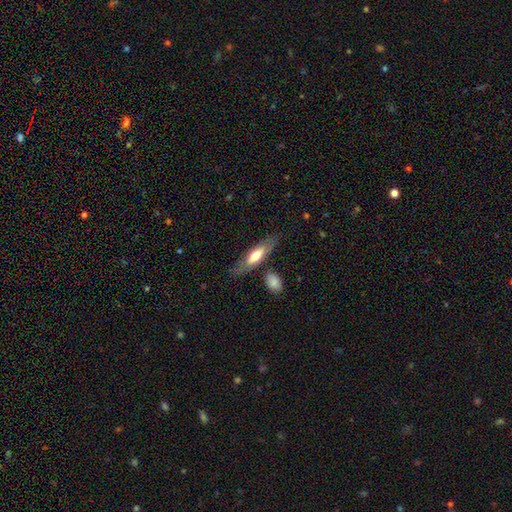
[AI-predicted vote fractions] Morphology: type=smooth (56%); roundness=cigar-shaped (58%); merging=none (75%).